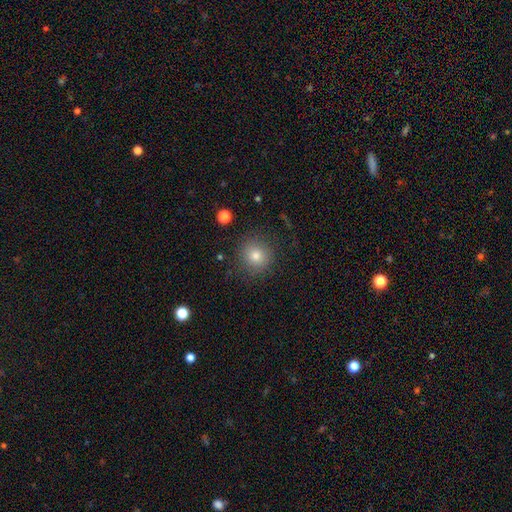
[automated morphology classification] This is likely a smooth galaxy (77%). How rounded: clearly round (92%). Merging: clearly none (87%).